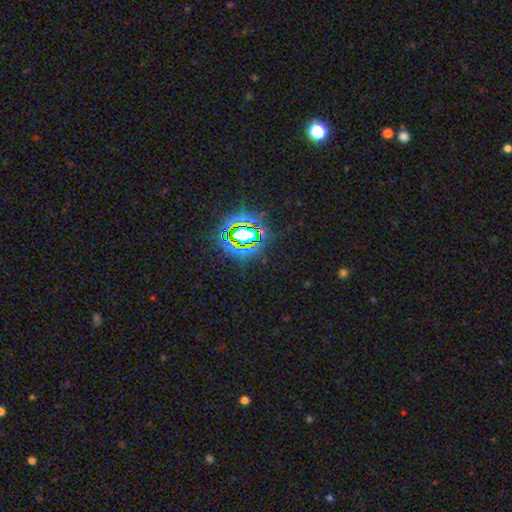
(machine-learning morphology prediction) smooth-or-featured: star or artifact: 81% | smooth: 11% | featured or disk: 8%